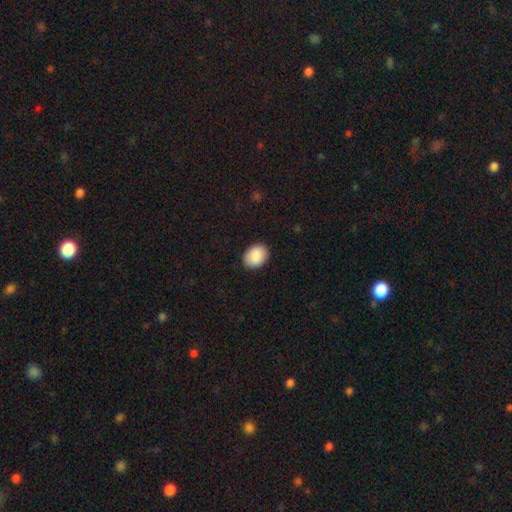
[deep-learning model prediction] Overall: smooth (89%). How rounded: in between (71%). Merging: none (88%).